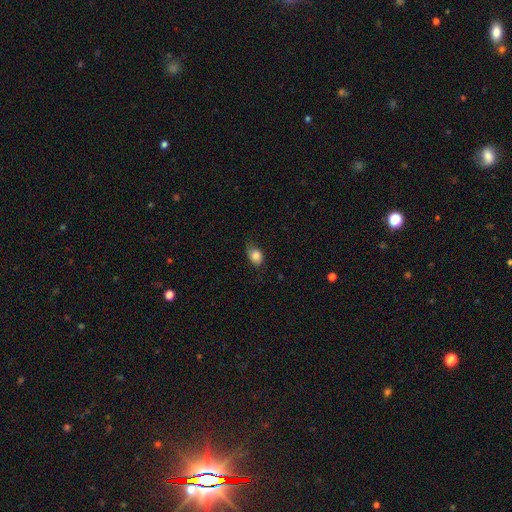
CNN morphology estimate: This is clearly a smooth galaxy (83%). How rounded: likely in between (65%). Merging: likely none (61%).